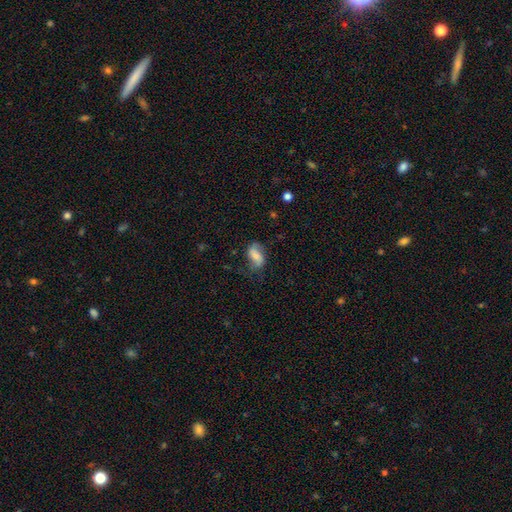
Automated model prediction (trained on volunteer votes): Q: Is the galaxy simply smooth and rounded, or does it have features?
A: smooth — 57%.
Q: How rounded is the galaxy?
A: in between — 87%.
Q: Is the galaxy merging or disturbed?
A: none — 52%.